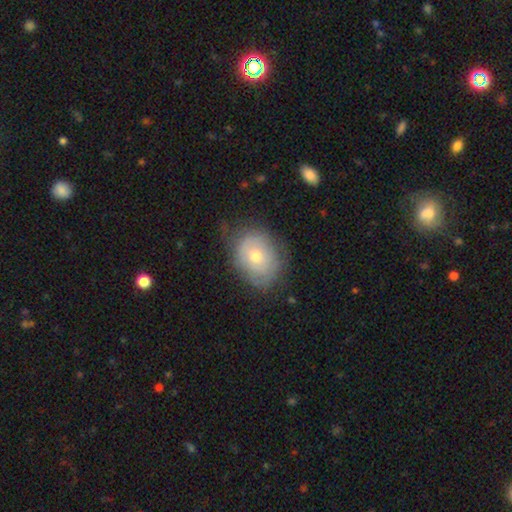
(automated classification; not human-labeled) Overall: smooth (57%; featured or disk 34%). How rounded: in between (53%; round 46%). Merging: none (62%; minor disturbance 27%).